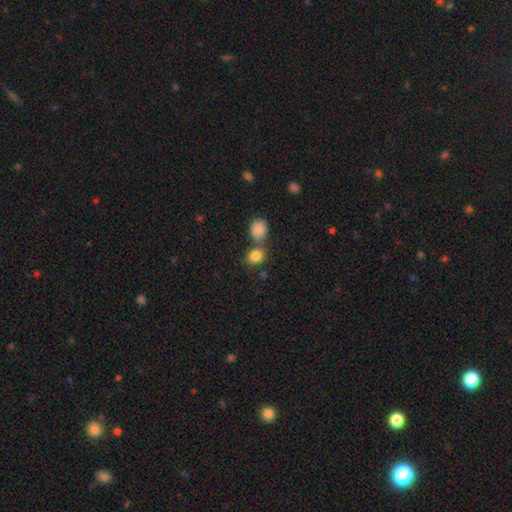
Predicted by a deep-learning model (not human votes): Smooth or featured: smooth — 84% (star or artifact — 10%)
How rounded: round — 57% (in between — 42%)
Merging: none — 54% (merger — 32%)